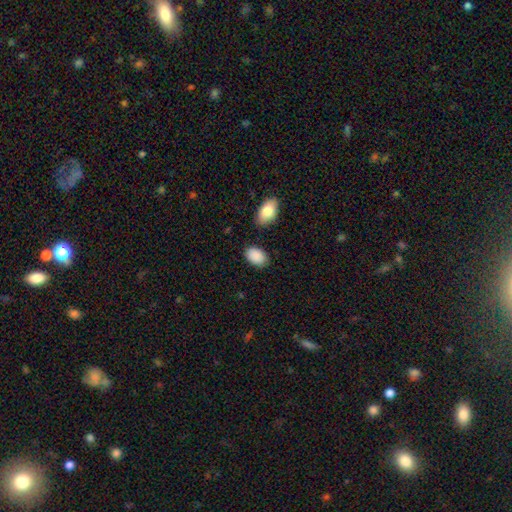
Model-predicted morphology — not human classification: This appears to be a smooth galaxy with no disk features (90%) that is in between round and cigar-shaped (88%). Merging: none (82%).